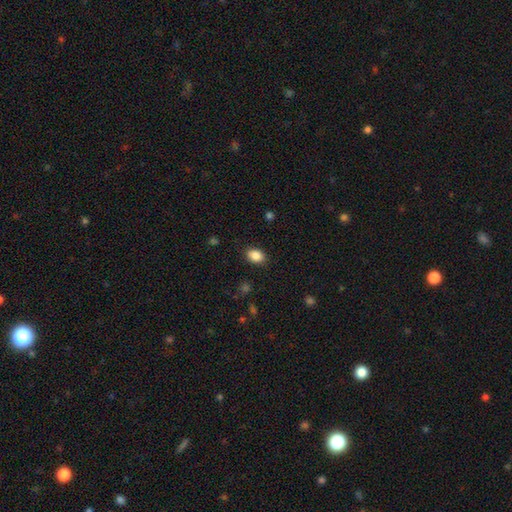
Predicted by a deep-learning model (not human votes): Overall: smooth (87%). How rounded: in between (77%). Merging: none (86%).